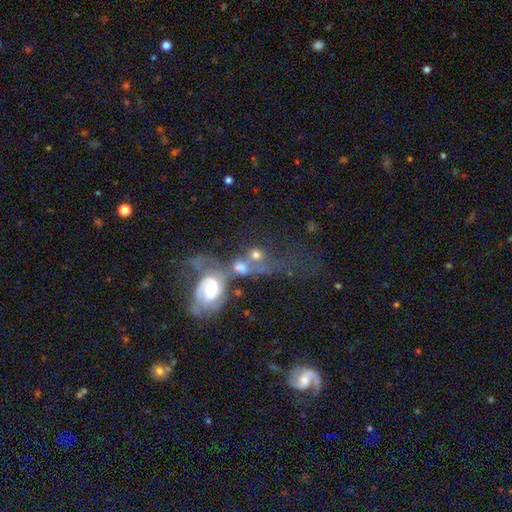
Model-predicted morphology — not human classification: This is possibly a featured or disk galaxy (56%). It is clearly not viewed edge-on (93%). Bar: likely no (65%). Spiral arm pattern: likely yes (68%). Central bulge: possibly moderate (56%). Merging: likely merger (62%).